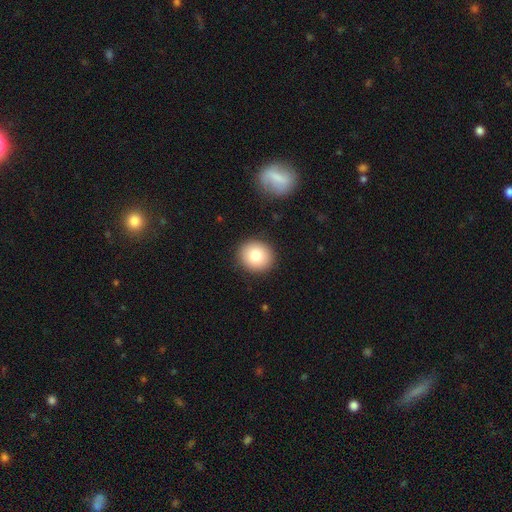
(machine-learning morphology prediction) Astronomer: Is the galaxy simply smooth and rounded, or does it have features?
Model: smooth — 80%.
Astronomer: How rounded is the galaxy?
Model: round — 86%.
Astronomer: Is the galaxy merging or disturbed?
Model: none — 90%.